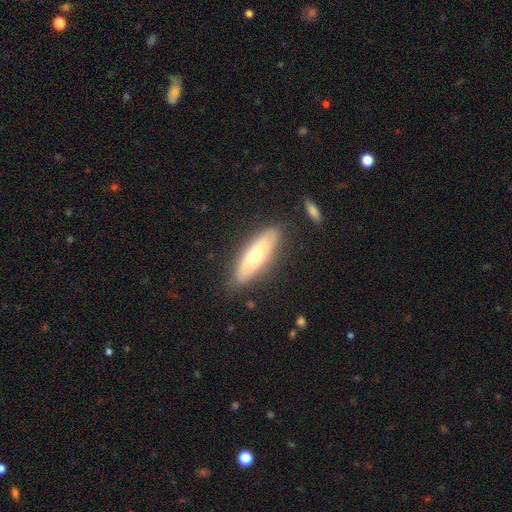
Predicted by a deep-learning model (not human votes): smooth-or-featured: smooth: 54% | featured or disk: 40% | star or artifact: 6%
  how-rounded: cigar-shaped: 49% | in between: 48% | round: 2%
  merging: none: 83% | minor disturbance: 12% | major disturbance: 3% | merger: 2%